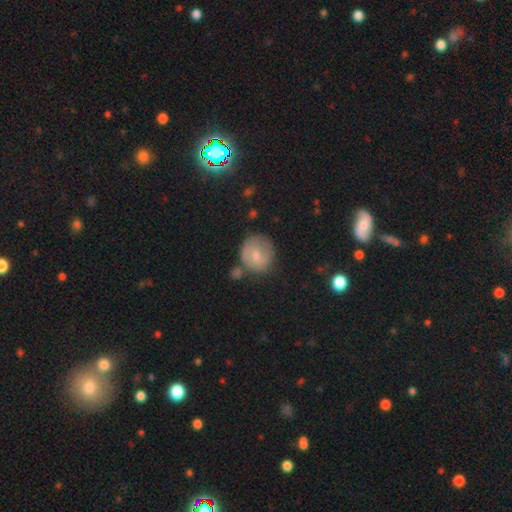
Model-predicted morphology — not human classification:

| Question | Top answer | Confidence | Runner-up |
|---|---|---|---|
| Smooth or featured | smooth | 63% | featured or disk (30%) |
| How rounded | round | 82% | in between (17%) |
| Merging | none | 58% | minor disturbance (23%) |